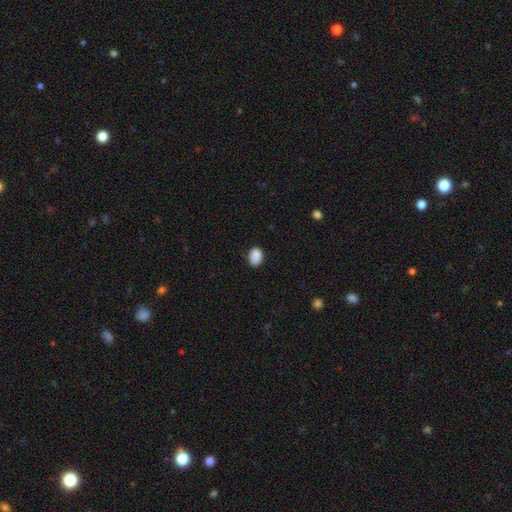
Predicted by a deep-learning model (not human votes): Smooth or featured?
  - smooth: 87% *
  - star or artifact: 8%
  - featured or disk: 5%
How rounded?
  - in between: 73% *
  - round: 26%
  - cigar-shaped: 1%
Merging?
  - none: 74% *
  - minor disturbance: 21%
  - major disturbance: 4%
  - merger: 2%